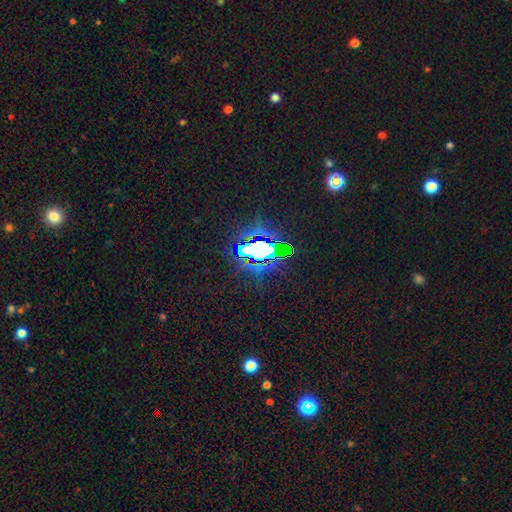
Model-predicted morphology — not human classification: smooth_or_featured: star or artifact (p=0.67) [alt: smooth p=0.20]